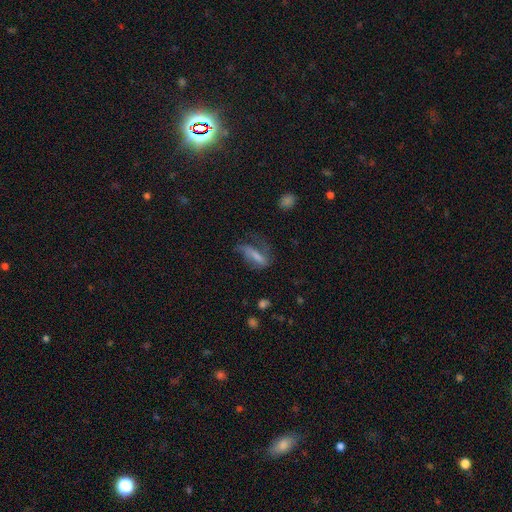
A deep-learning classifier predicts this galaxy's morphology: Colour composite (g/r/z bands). It shows a smooth galaxy with no disk features (58%) that is in between round and cigar-shaped (51%). Merging: major disturbance (37%).